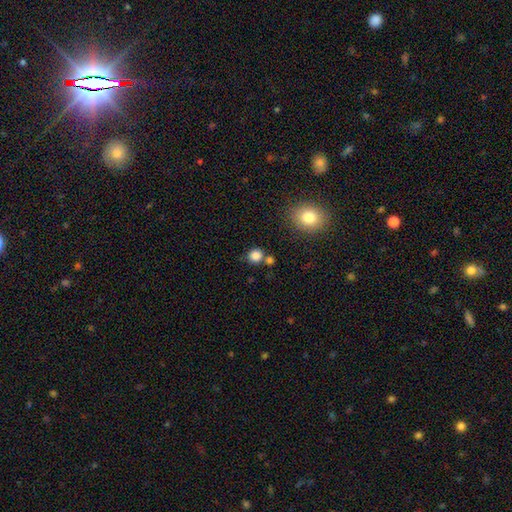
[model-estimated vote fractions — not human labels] Smooth or featured? smooth (84%)
How rounded? round (85%)
Merging? none (69%)